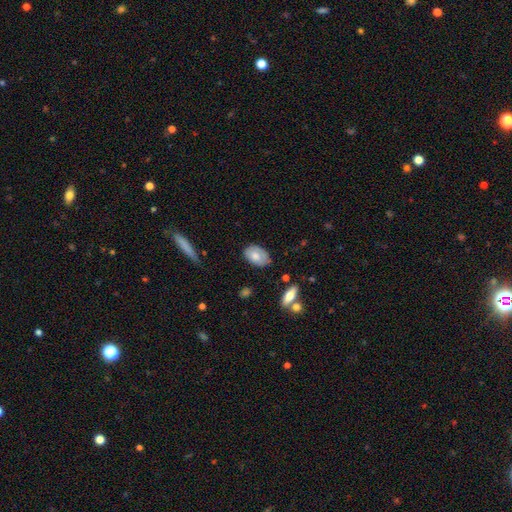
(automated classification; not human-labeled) smooth-or-featured: smooth: 74% | featured or disk: 19% | star or artifact: 6%
  how-rounded: in between: 89% | round: 9% | cigar-shaped: 2%
  merging: none: 74% | minor disturbance: 20% | major disturbance: 4% | merger: 2%